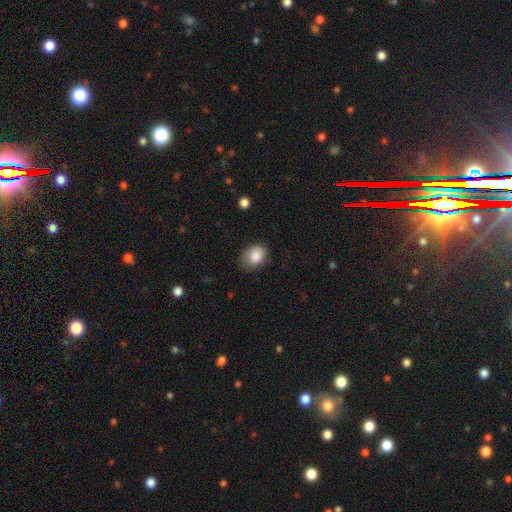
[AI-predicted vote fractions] This appears to be a smooth galaxy with no disk features (86%) that is in between round and cigar-shaped (59%). Merging: none (67%).